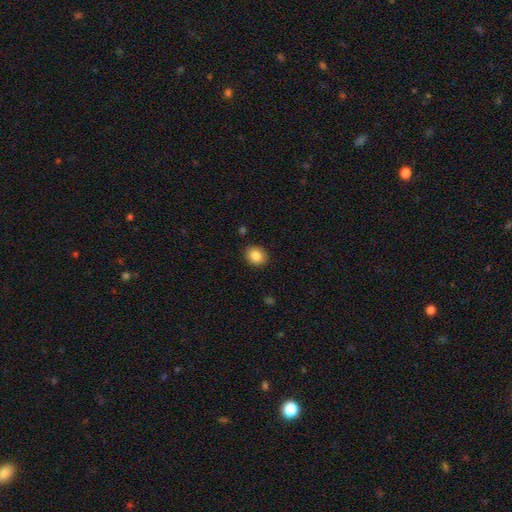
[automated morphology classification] Smooth or featured?
  - smooth: 85% *
  - star or artifact: 9%
  - featured or disk: 6%
How rounded?
  - round: 57% *
  - in between: 42%
  - cigar-shaped: 1%
Merging?
  - none: 89% *
  - minor disturbance: 7%
  - major disturbance: 2%
  - merger: 1%